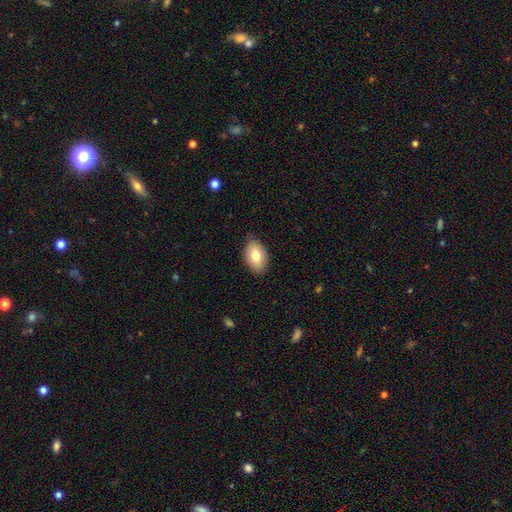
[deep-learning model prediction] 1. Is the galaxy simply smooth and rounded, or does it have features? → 80% smooth, 13% featured or disk, 7% star or artifact.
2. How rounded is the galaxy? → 89% in between, 10% round, 1% cigar-shaped.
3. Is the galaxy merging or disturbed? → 81% none, 16% minor disturbance, 2% major disturbance, 1% merger.